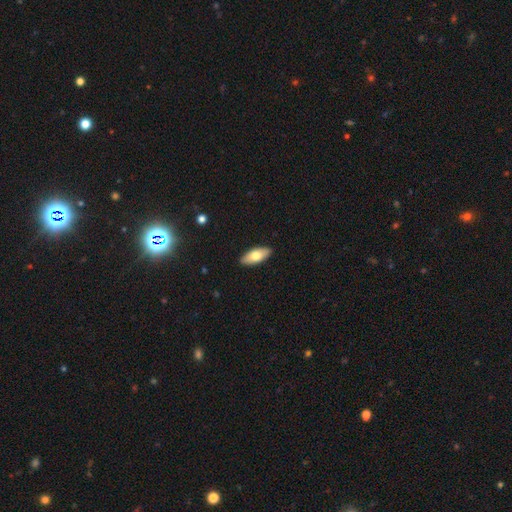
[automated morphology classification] smooth-or-featured: smooth: 74% | featured or disk: 21% | star or artifact: 6%
  how-rounded: in between: 84% | cigar-shaped: 14% | round: 2%
  merging: none: 90% | minor disturbance: 8% | major disturbance: 2% | merger: 1%